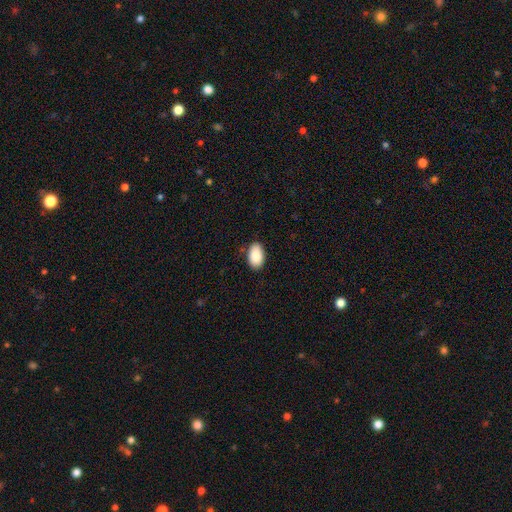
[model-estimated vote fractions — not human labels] This is clearly a smooth galaxy (90%). How rounded: clearly in between (93%). Merging: clearly none (86%).